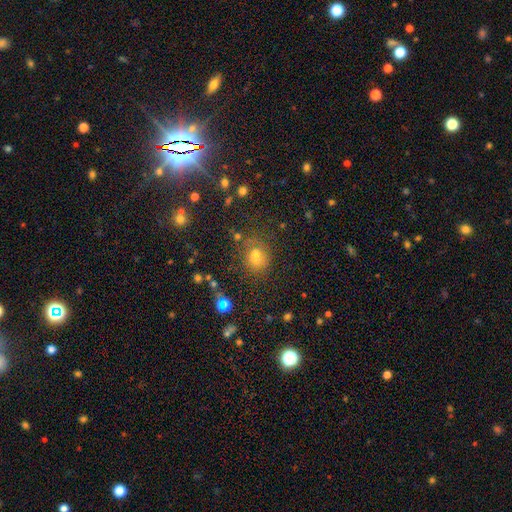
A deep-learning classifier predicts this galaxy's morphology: Smooth or featured: smooth — 57% (star or artifact — 30%)
How rounded: round — 56% (in between — 42%)
Merging: none — 68% (minor disturbance — 16%)